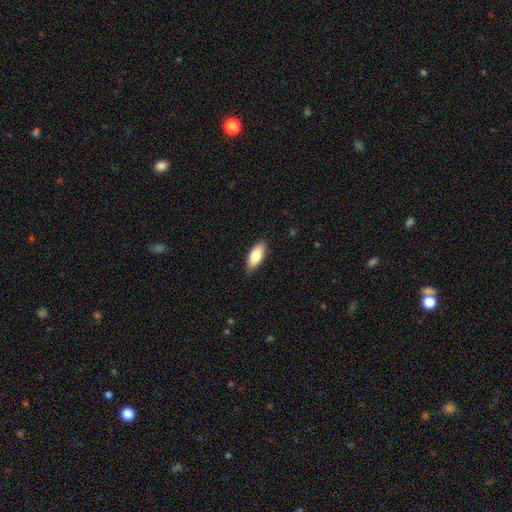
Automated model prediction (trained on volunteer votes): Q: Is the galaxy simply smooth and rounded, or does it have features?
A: smooth — 79%.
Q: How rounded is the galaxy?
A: in between — 84%.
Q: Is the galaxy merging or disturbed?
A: none — 84%.